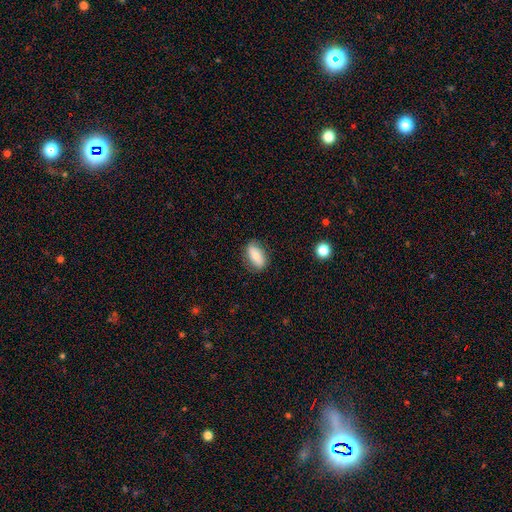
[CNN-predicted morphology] This appears to be a smooth galaxy with no disk features (67%) that is in between round and cigar-shaped (87%). Merging: none (79%).